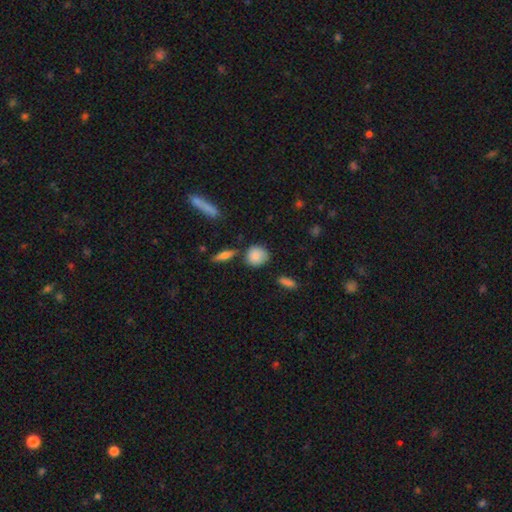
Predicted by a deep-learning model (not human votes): smooth_or_featured: smooth (p=0.86) [alt: star or artifact p=0.08]
how_rounded: round (p=0.81) [alt: in between p=0.17]
merging: none (p=0.76) [alt: minor disturbance p=0.14]